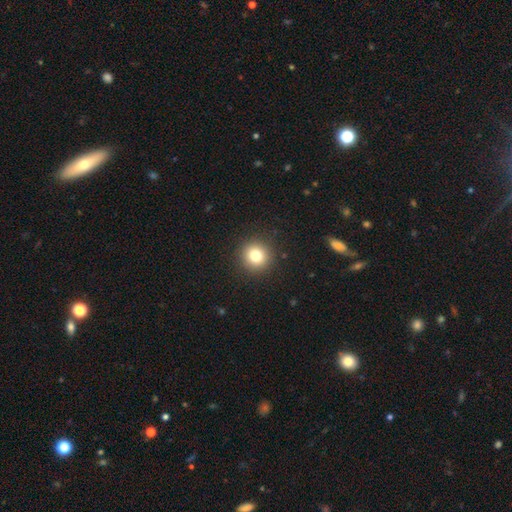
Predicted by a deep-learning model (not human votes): Overall: smooth (79%). How rounded: round (94%). Merging: none (92%).